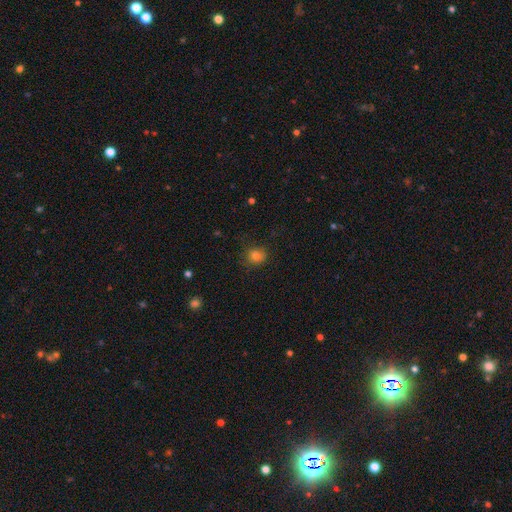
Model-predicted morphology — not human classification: Smooth or featured? Predicted: smooth (p=0.80). How rounded? Predicted: round (p=0.76). Merging? Predicted: none (p=0.77).